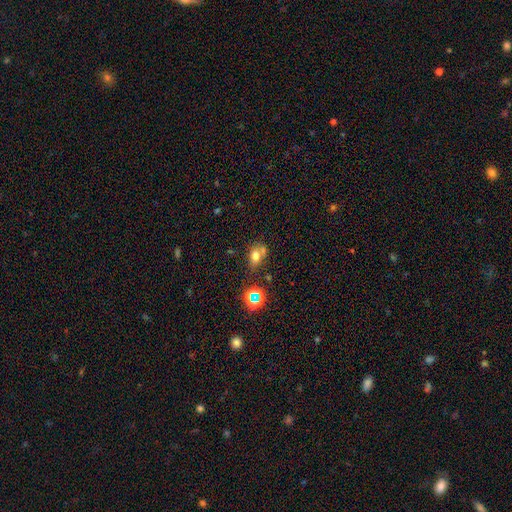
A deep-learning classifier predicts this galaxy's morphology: smooth 68%, star or artifact 18%, featured or disk 14%. Down the decision tree: how rounded — in between (62%); merging — none (51%).